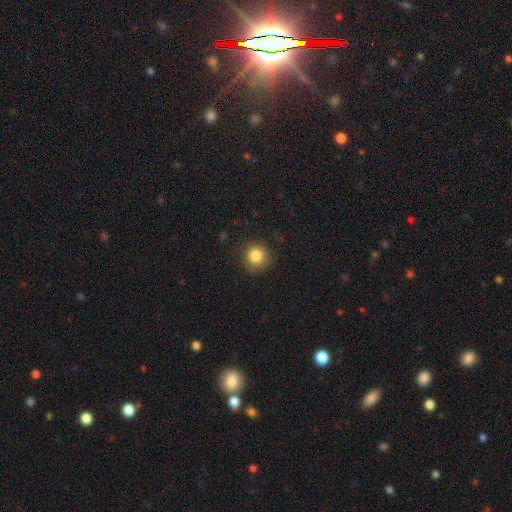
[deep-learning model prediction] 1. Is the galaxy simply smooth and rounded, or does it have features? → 84% smooth, 11% star or artifact, 5% featured or disk.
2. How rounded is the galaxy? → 92% round, 7% in between, 1% cigar-shaped.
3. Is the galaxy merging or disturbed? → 82% none, 13% minor disturbance, 4% major disturbance, 1% merger.